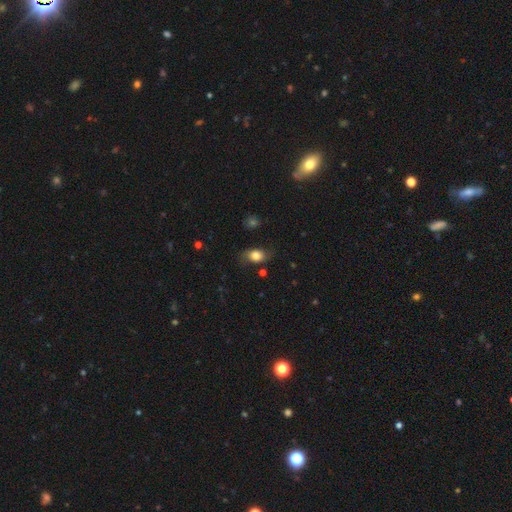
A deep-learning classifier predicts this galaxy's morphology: This appears to be a smooth galaxy with no disk features (74%) that is in between round and cigar-shaped (75%). Merging: none (69%).